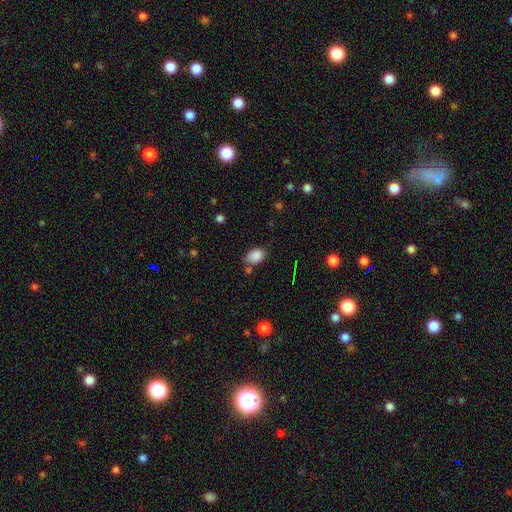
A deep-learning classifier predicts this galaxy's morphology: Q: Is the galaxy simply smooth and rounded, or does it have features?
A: smooth — 86%.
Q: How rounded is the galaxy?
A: in between — 82%.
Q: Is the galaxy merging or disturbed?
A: none — 68%.